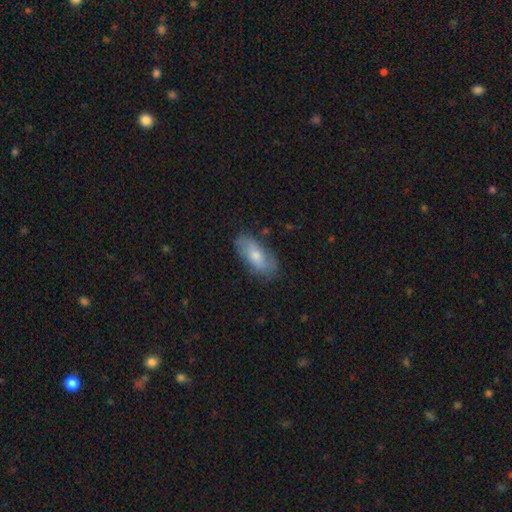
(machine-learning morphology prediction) Overall: smooth (51%; featured or disk 43%). How rounded: in between (86%). Merging: none (76%).